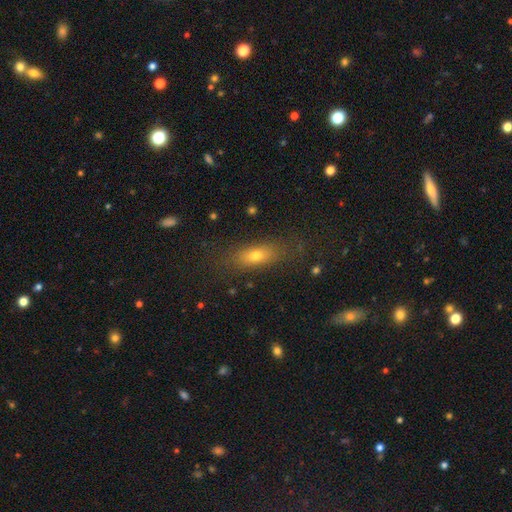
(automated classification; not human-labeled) smooth 68%, featured or disk 20%, star or artifact 12%. Down the decision tree: how rounded — in between (63%); merging — none (74%).